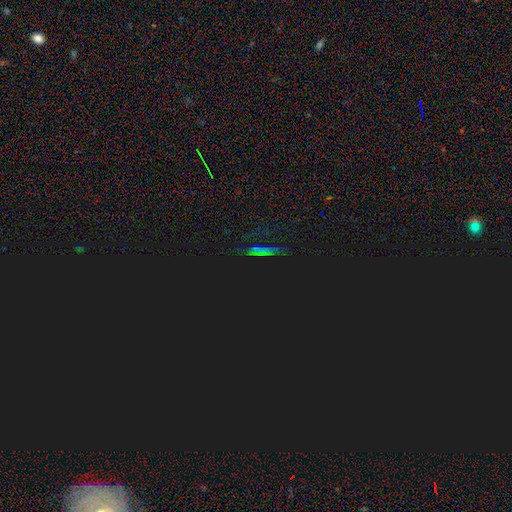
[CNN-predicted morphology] Smooth or featured? star or artifact (68%)